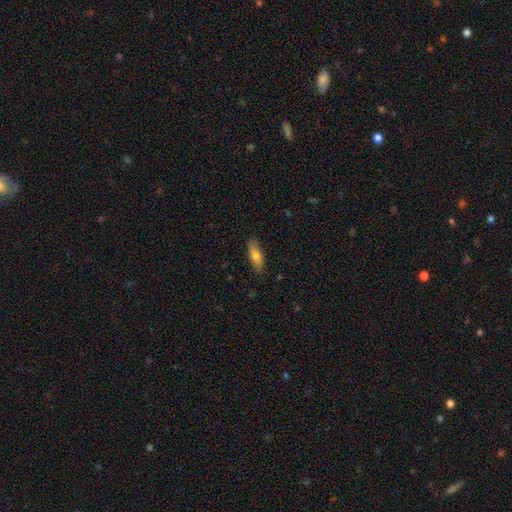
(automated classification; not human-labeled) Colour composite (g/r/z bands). It shows a smooth galaxy with no disk features (72%) that is in between round and cigar-shaped (65%). Merging: none (85%).